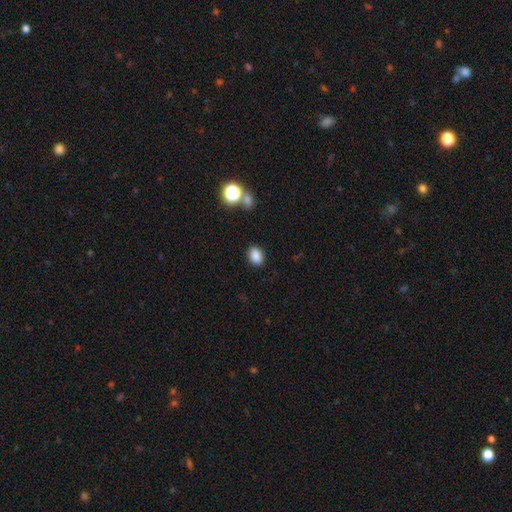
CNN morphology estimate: A smooth galaxy with no disk features (86%) that is in between round and cigar-shaped (76%). Merging: none (87%).